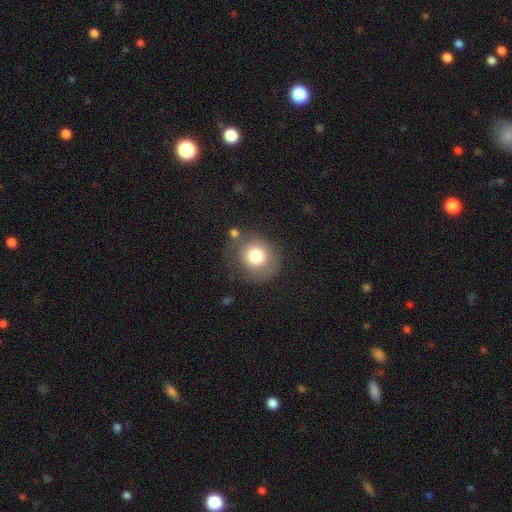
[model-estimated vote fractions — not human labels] smooth-or-featured: smooth: 77% | featured or disk: 13% | star or artifact: 10%
  how-rounded: round: 84% | in between: 16% | cigar-shaped: 1%
  merging: none: 71% | minor disturbance: 16% | major disturbance: 7% | merger: 6%